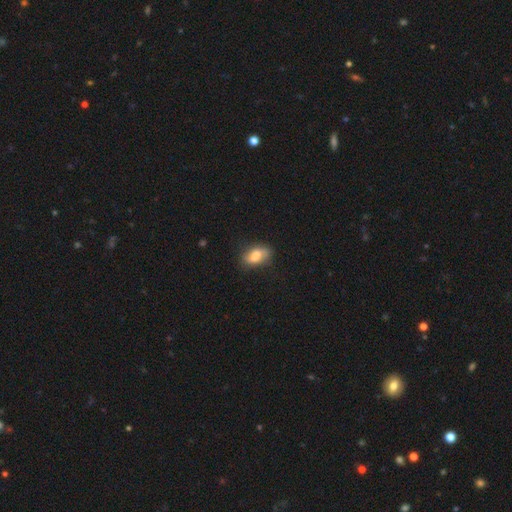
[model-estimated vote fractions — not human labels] smooth-or-featured: smooth: 74% | featured or disk: 18% | star or artifact: 8%
  how-rounded: in between: 88% | round: 8% | cigar-shaped: 4%
  merging: none: 72% | minor disturbance: 21% | major disturbance: 5% | merger: 2%